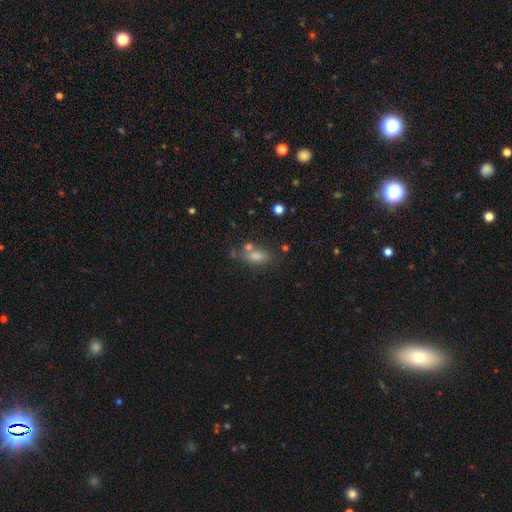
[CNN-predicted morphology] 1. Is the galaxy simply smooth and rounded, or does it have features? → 66% smooth, 21% star or artifact, 12% featured or disk.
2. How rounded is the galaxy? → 76% in between, 17% round, 6% cigar-shaped.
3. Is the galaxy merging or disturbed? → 58% none, 22% merger, 14% minor disturbance, 6% major disturbance.